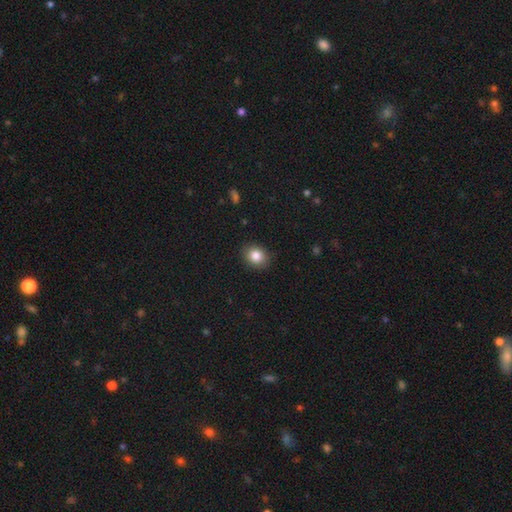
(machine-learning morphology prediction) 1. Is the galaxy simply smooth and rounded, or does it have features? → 84% smooth, 10% star or artifact, 6% featured or disk.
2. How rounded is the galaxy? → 59% round, 41% in between, 1% cigar-shaped.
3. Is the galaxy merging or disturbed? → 88% none, 8% minor disturbance, 2% major disturbance, 1% merger.